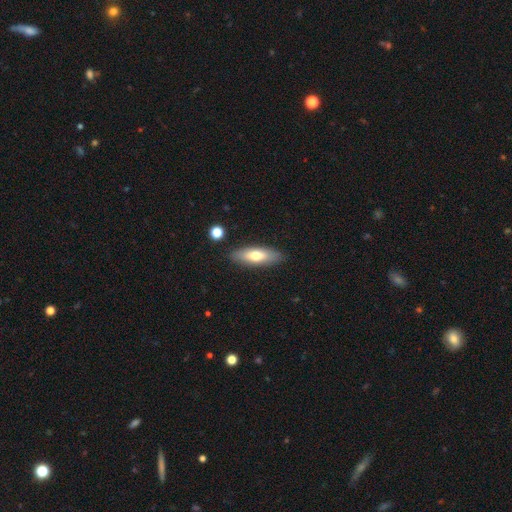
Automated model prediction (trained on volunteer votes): Smooth or featured: smooth — 65% (featured or disk — 29%)
How rounded: in between — 54% (cigar-shaped — 44%)
Merging: none — 86% (minor disturbance — 10%)